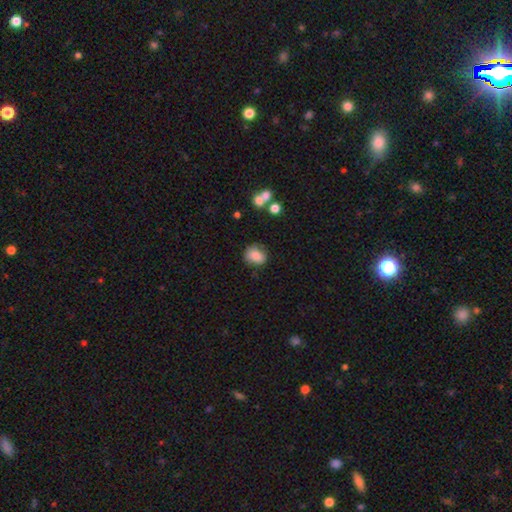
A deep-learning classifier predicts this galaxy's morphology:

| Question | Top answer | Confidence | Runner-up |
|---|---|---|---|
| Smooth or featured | smooth | 80% | featured or disk (11%) |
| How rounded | round | 58% | in between (41%) |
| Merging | none | 72% | minor disturbance (19%) |